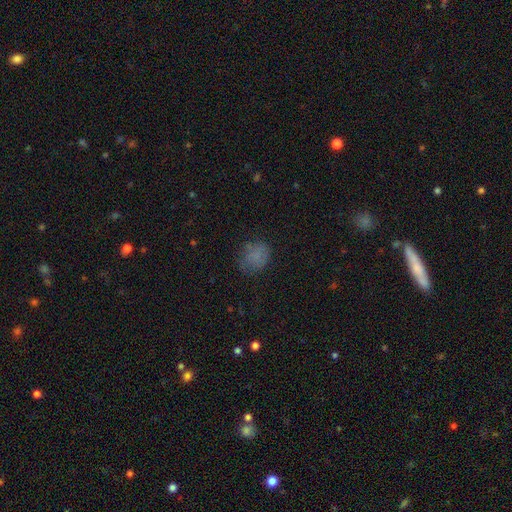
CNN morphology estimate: Overall: smooth (73%). How rounded: round (55%; in between 44%). Merging: none (67%).